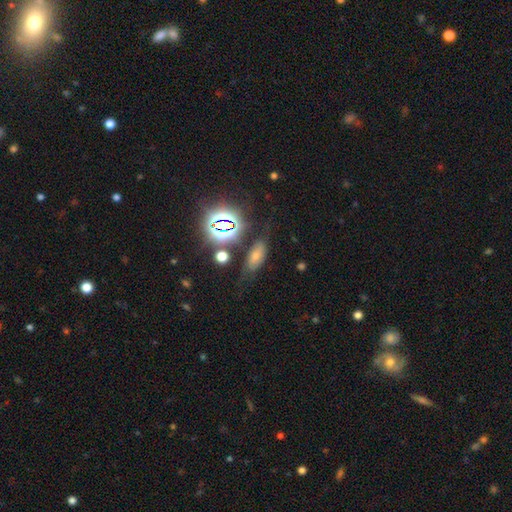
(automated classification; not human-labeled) Morphology: type=smooth (55%); roundness=in between (81%); merging=none (67%).